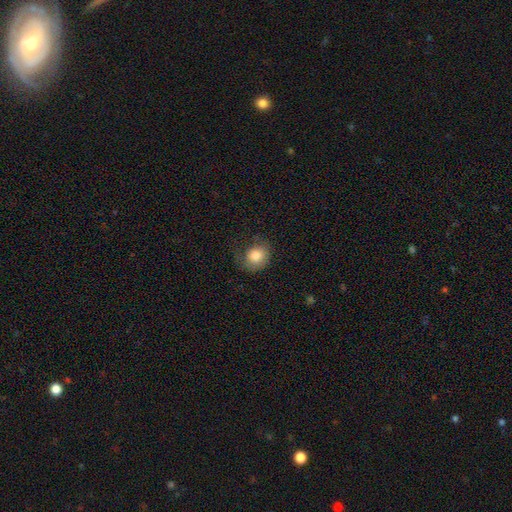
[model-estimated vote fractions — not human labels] Smooth or featured? smooth (82%)
How rounded? round (68%)
Merging? none (59%)